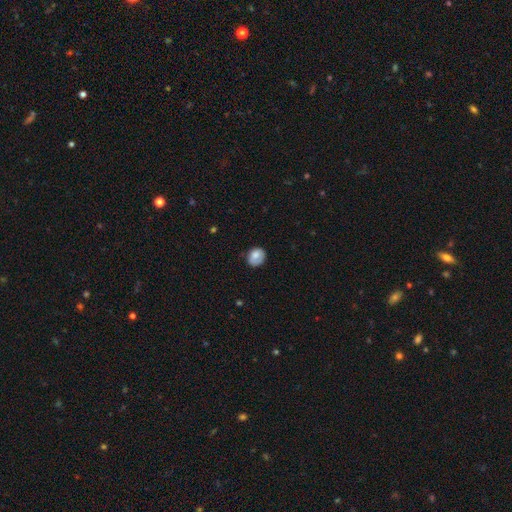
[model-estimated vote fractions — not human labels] A smooth galaxy with no disk features (78%) that is round (61%).

Vote fractions:
- Smooth or featured? smooth: 78% / featured or disk: 14% / star or artifact: 8%
- How rounded? round: 61% / in between: 38% / cigar-shaped: 1%
- Merging? none: 67% / minor disturbance: 25% / major disturbance: 7% / merger: 2%